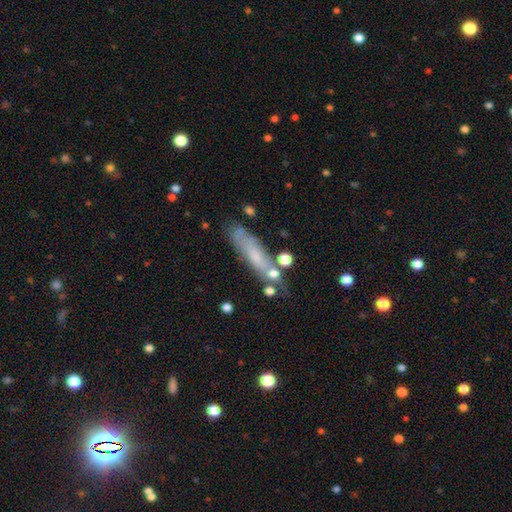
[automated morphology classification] smooth 54%, featured or disk 36%, star or artifact 10%. Down the decision tree: how rounded — cigar-shaped (69%); merging — none (61%).